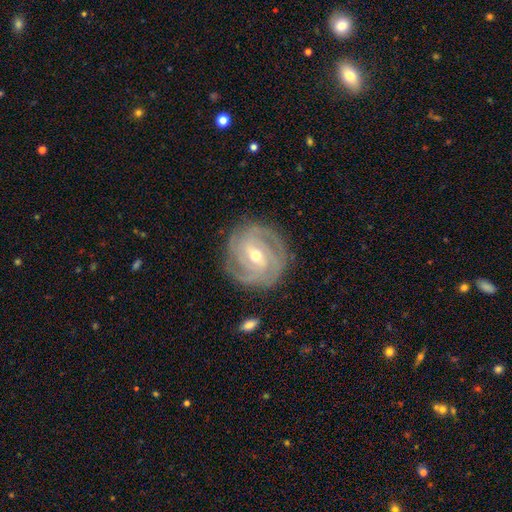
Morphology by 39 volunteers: Smooth or featured? featured or disk (92%)
Edge-on disk? no (94%)
Bar? weak (50%)
Spiral arms? yes (100%)
Spiral winding? tight (82%)
Spiral arm count? 4 (62%)
Bulge size? small (62%)
Merging? none (89%)